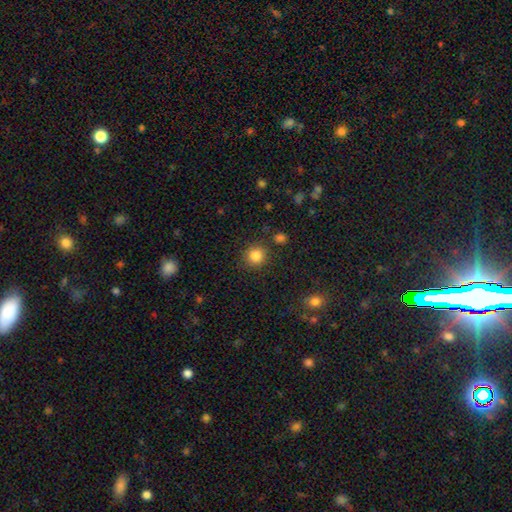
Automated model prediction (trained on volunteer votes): Smooth or featured? Predicted: smooth (p=0.85). How rounded? Predicted: round (p=0.91). Merging? Predicted: none (p=0.86).